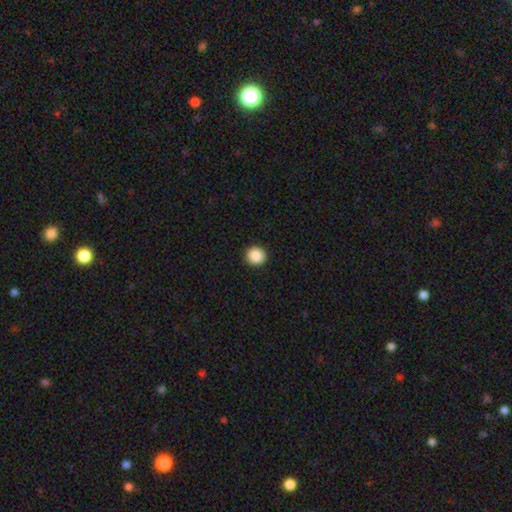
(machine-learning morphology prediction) smooth_or_featured: smooth (p=0.89) [alt: star or artifact p=0.09]
how_rounded: round (p=0.92) [alt: in between p=0.07]
merging: none (p=0.93) [alt: minor disturbance p=0.05]